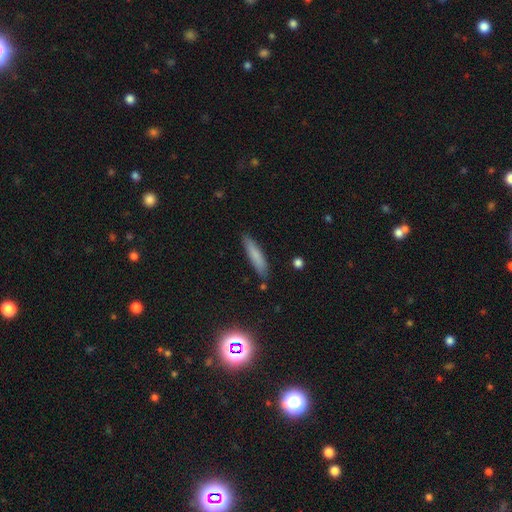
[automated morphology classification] A smooth galaxy with no disk features (77%) that is cigar-shaped (83%).

Vote fractions:
- Smooth or featured? smooth: 77% / featured or disk: 15% / star or artifact: 9%
- How rounded? cigar-shaped: 83% / in between: 15% / round: 2%
- Merging? none: 86% / minor disturbance: 10% / major disturbance: 2% / merger: 2%